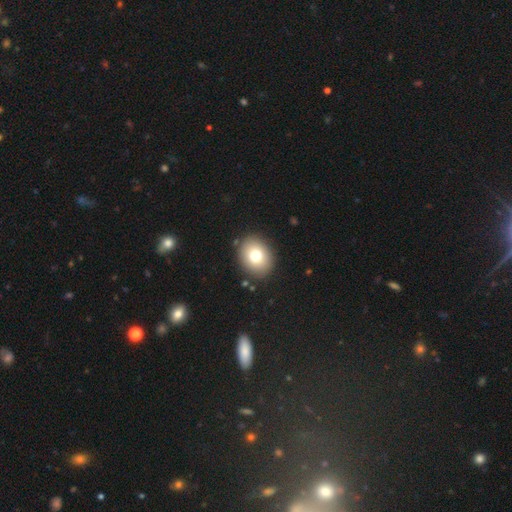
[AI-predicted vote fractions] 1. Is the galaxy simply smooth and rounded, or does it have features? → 76% smooth, 14% featured or disk, 10% star or artifact.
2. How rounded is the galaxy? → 52% round, 47% in between, 1% cigar-shaped.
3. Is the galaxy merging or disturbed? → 88% none, 8% minor disturbance, 2% major disturbance, 2% merger.